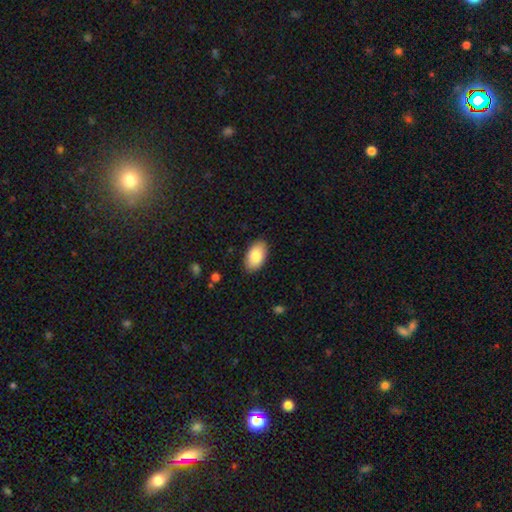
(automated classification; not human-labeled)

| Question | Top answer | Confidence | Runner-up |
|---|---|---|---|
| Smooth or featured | smooth | 84% | featured or disk (10%) |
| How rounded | in between | 95% | round (4%) |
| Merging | none | 87% | minor disturbance (9%) |